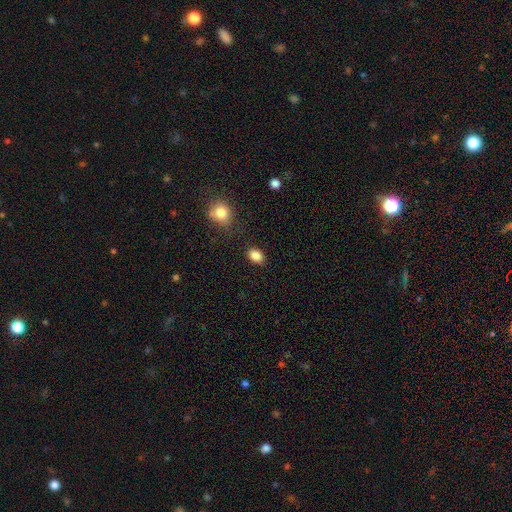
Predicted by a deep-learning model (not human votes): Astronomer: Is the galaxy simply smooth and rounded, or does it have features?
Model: smooth — 86%.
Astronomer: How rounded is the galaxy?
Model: in between — 80%.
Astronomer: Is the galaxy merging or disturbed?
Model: none — 84%.